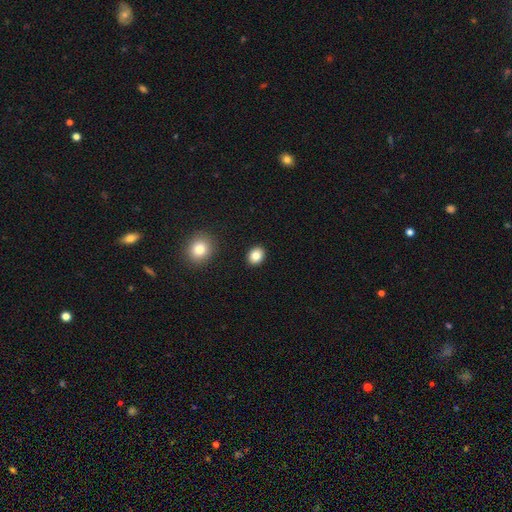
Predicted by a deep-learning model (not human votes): smooth-or-featured: smooth: 84% | star or artifact: 10% | featured or disk: 7%
  how-rounded: round: 53% | in between: 46% | cigar-shaped: 1%
  merging: none: 90% | minor disturbance: 6% | merger: 2% | major disturbance: 2%